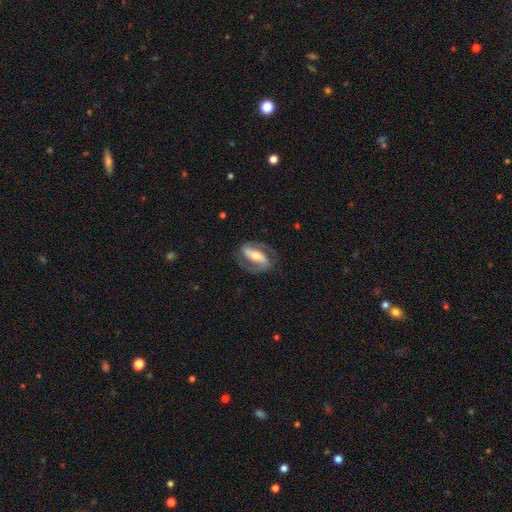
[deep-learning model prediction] Q: Smooth or featured?
A: featured or disk (82%); runner-up: smooth (13%)
Q: Edge-on disk?
A: no (93%); runner-up: yes (7%)
Q: Bar?
A: strong (63%); runner-up: weak (21%)
Q: Spiral arms?
A: yes (91%); runner-up: no (9%)
Q: Spiral winding?
A: medium (48%); runner-up: tight (31%)
Q: Spiral arm count?
A: 2 (88%); runner-up: 1 (5%)
Q: Bulge size?
A: moderate (54%); runner-up: small (33%)
Q: Merging?
A: none (76%); runner-up: minor disturbance (14%)